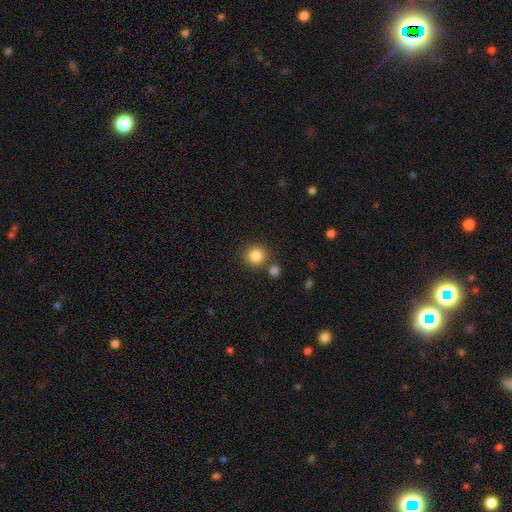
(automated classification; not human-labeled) This appears to be a smooth galaxy with no disk features (85%) that is round (91%). Merging: none (77%).